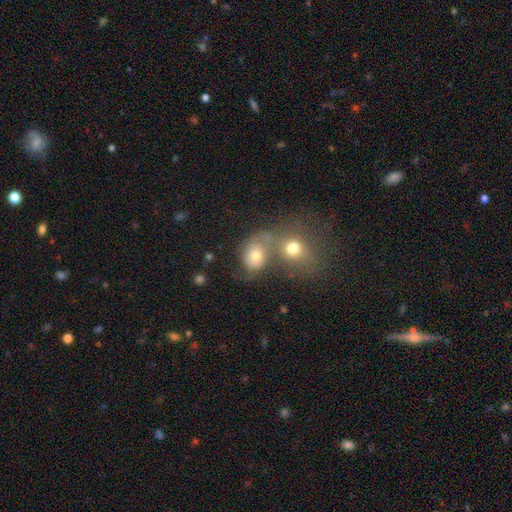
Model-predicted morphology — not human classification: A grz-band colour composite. It shows a smooth galaxy with no disk features (67%) that is round (52%). Merging: merger (56%).